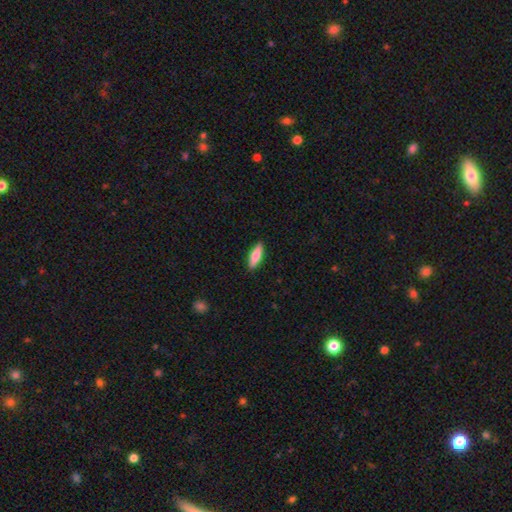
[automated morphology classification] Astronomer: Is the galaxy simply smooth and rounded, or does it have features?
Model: smooth — 75%.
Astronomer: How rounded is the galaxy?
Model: cigar-shaped — 58% (runner-up: in between, 40%).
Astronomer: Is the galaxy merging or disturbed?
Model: none — 90%.